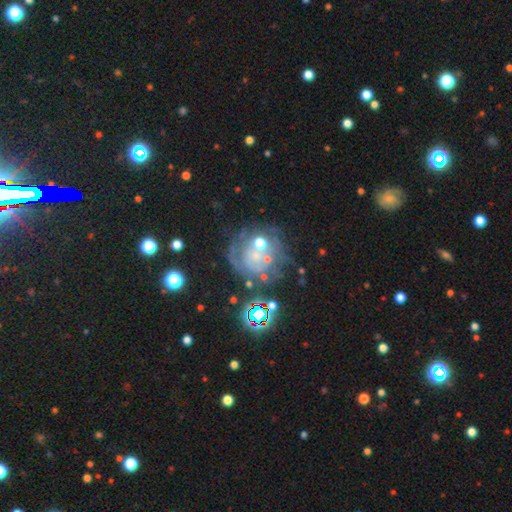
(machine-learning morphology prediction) A featured or disk galaxy (60%) with no bar (85%), spiral arms (57%) and a small central bulge (41%). Merging: none (49%).